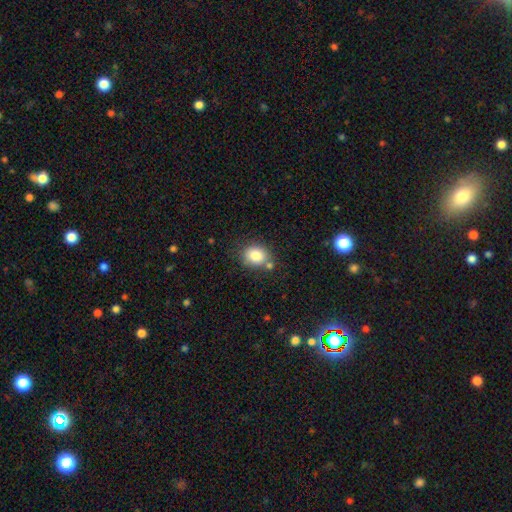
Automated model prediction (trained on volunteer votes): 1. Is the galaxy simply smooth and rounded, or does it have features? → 83% smooth, 9% star or artifact, 8% featured or disk.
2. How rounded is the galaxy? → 60% round, 39% in between, 1% cigar-shaped.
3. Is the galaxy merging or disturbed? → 68% none, 15% minor disturbance, 13% merger, 4% major disturbance.